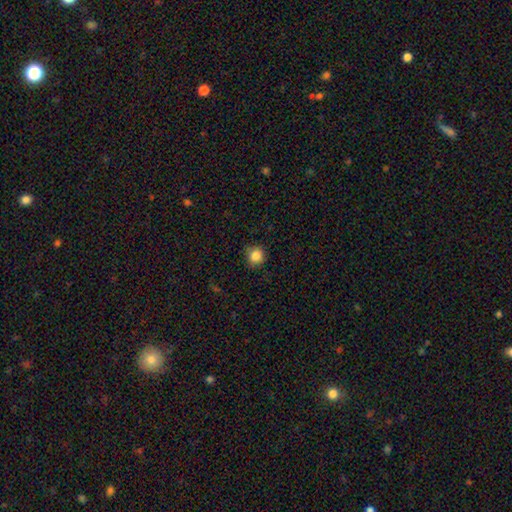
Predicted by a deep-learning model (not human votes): Smooth or featured?
  - smooth: 85% *
  - star or artifact: 11%
  - featured or disk: 4%
How rounded?
  - round: 89% *
  - in between: 10%
  - cigar-shaped: 1%
Merging?
  - none: 83% *
  - minor disturbance: 14%
  - major disturbance: 3%
  - merger: 1%